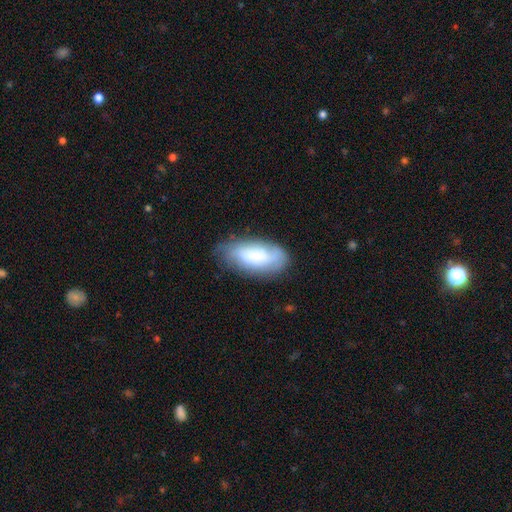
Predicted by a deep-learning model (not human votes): A smooth galaxy with no disk features (63%) that is in between round and cigar-shaped (90%).

Vote fractions:
- Smooth or featured? smooth: 63% / featured or disk: 29% / star or artifact: 8%
- How rounded? in between: 90% / cigar-shaped: 7% / round: 3%
- Merging? none: 67% / minor disturbance: 24% / major disturbance: 7% / merger: 2%